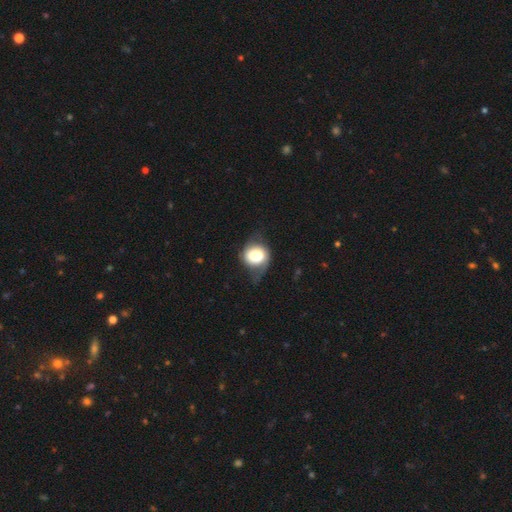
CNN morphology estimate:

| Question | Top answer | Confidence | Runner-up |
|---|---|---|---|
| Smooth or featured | smooth | 67% | featured or disk (24%) |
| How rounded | round | 75% | in between (24%) |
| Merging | none | 40% | minor disturbance (36%) |